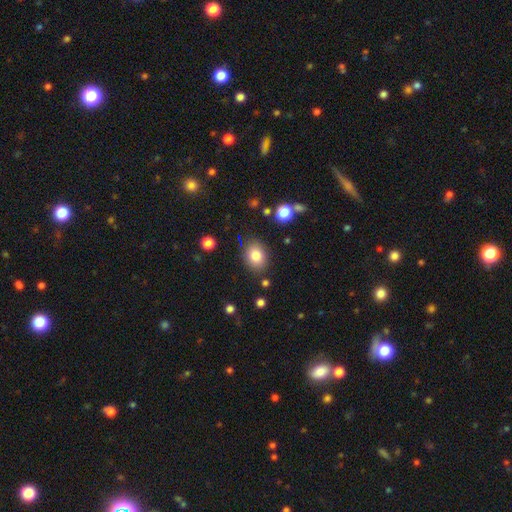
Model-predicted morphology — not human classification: A smooth galaxy with no disk features (82%) that is in between round and cigar-shaped (55%). Merging: none (85%).